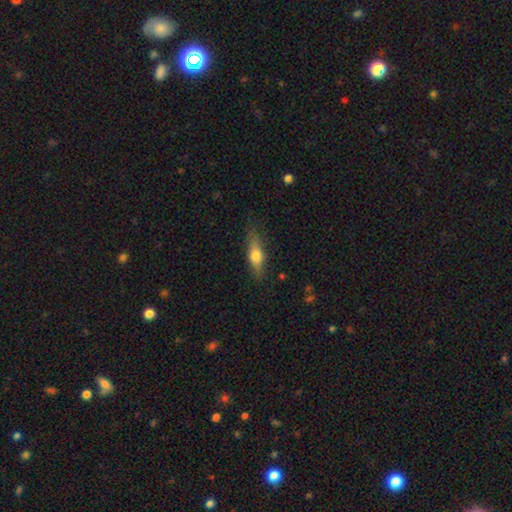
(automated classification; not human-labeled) Morphology: type=smooth (61%); roundness=cigar-shaped (49%); merging=none (77%).